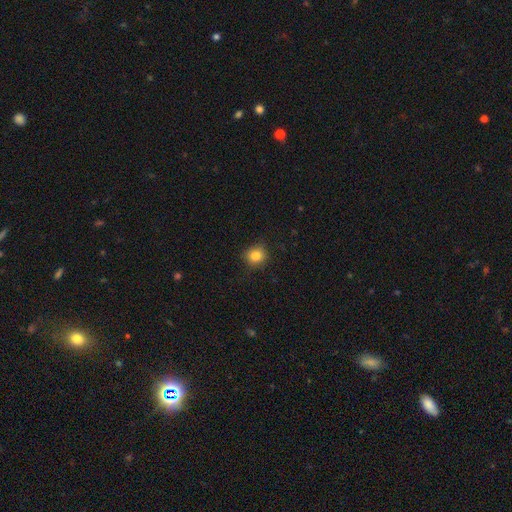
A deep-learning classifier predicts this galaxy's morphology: smooth-or-featured: smooth: 83% | star or artifact: 11% | featured or disk: 6%
  how-rounded: round: 85% | in between: 14% | cigar-shaped: 1%
  merging: none: 87% | minor disturbance: 10% | major disturbance: 2% | merger: 1%